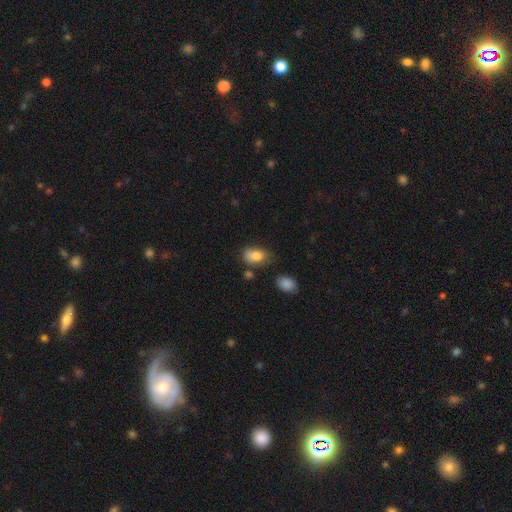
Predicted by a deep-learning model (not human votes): A smooth galaxy with no disk features (79%) that is in between round and cigar-shaped (84%).

Vote fractions:
- Smooth or featured? smooth: 79% / featured or disk: 12% / star or artifact: 9%
- How rounded? in between: 84% / round: 14% / cigar-shaped: 2%
- Merging? none: 49% / minor disturbance: 32% / major disturbance: 11% / merger: 9%